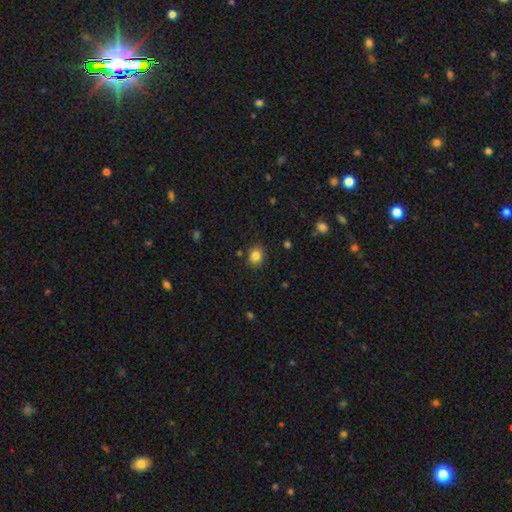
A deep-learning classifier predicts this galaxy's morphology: smooth-or-featured: smooth: 84% | star or artifact: 11% | featured or disk: 6%
  how-rounded: round: 70% | in between: 30% | cigar-shaped: 1%
  merging: none: 86% | minor disturbance: 9% | major disturbance: 2% | merger: 2%